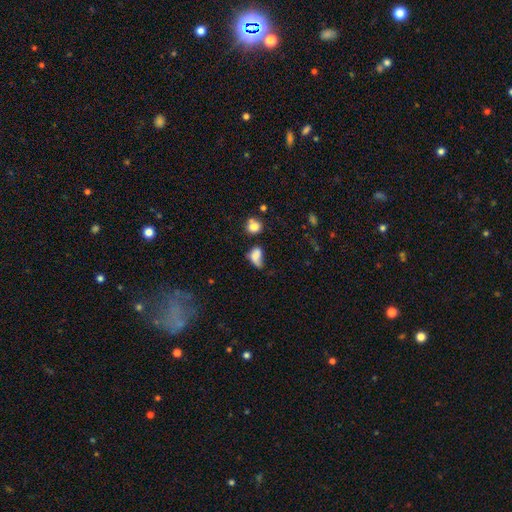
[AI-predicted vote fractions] Overall: smooth (72%). How rounded: in between (77%). Merging: major disturbance (33%; minor disturbance 30%).